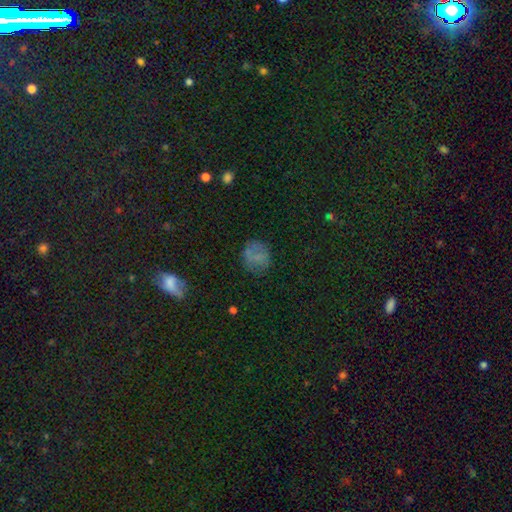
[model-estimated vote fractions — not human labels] Smooth or featured: smooth — 63% (featured or disk — 21%)
How rounded: round — 73% (in between — 26%)
Merging: none — 71% (minor disturbance — 18%)